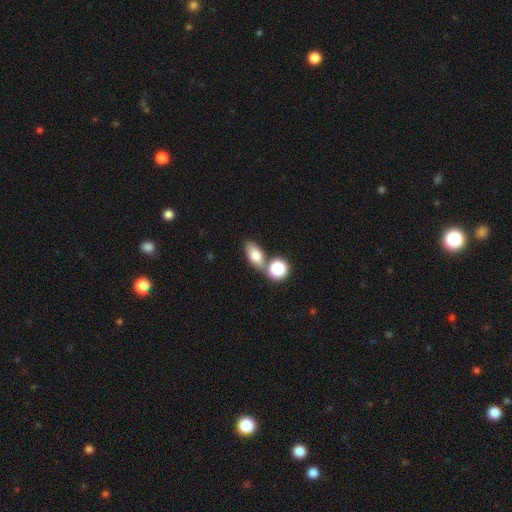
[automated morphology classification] Smooth or featured? smooth (73%)
How rounded? in between (77%)
Merging? none (58%)